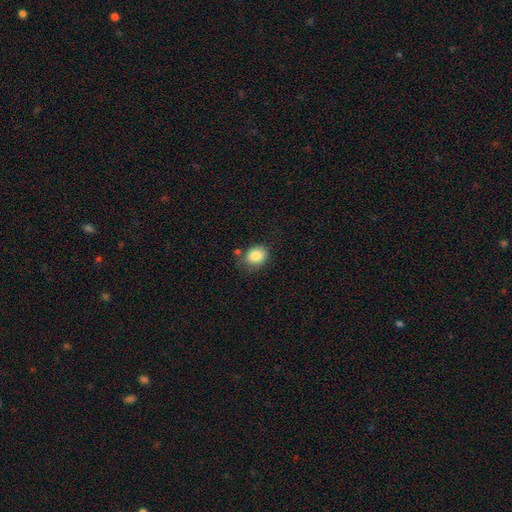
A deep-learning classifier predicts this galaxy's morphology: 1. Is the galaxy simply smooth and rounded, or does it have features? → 86% smooth, 9% star or artifact, 5% featured or disk.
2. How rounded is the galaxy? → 54% round, 45% in between, 1% cigar-shaped.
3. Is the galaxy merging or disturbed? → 72% none, 19% minor disturbance, 5% merger, 5% major disturbance.